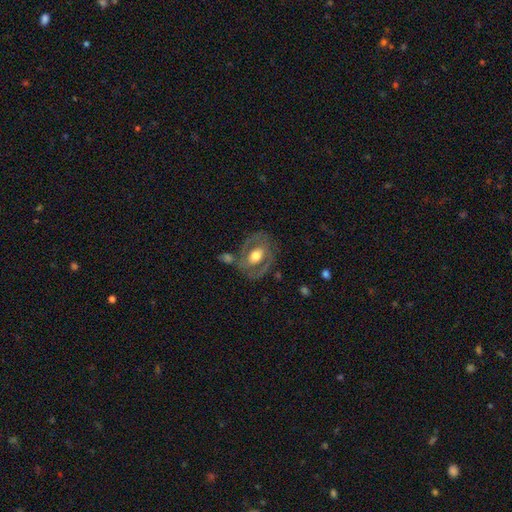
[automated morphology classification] A featured or disk galaxy (66%) with no bar (52%), spiral arms (51%) and a moderate central bulge (67%). Merging: none (63%).